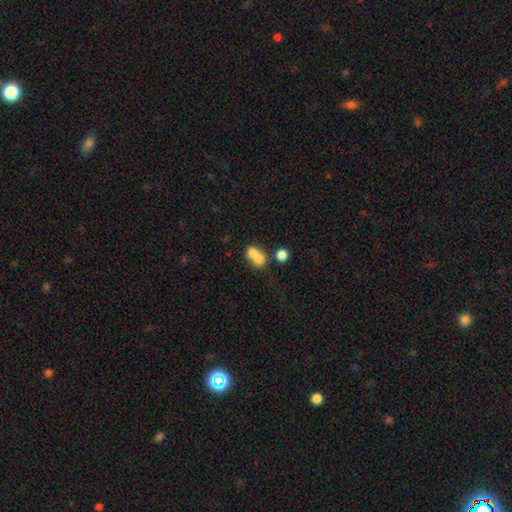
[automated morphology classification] Smooth or featured?
  - smooth: 73% *
  - featured or disk: 16%
  - star or artifact: 11%
How rounded?
  - round: 53% *
  - in between: 45%
  - cigar-shaped: 1%
Merging?
  - merger: 66% *
  - none: 23%
  - minor disturbance: 6%
  - major disturbance: 4%